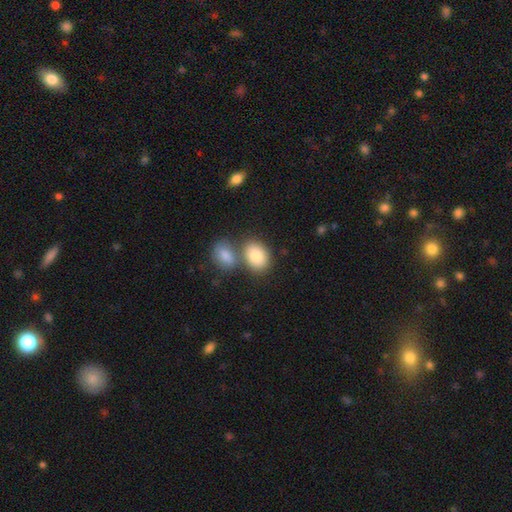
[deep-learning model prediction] This appears to be a smooth galaxy with no disk features (83%) that is in between round and cigar-shaped (74%). Merging: none (50%).